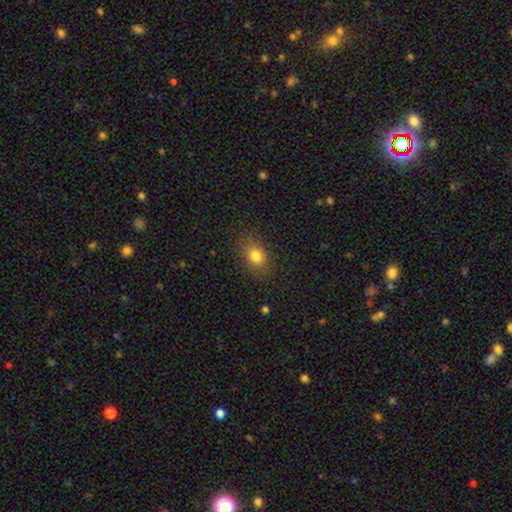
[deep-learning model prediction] Smooth or featured: smooth — 81% (star or artifact — 11%)
How rounded: in between — 63% (round — 36%)
Merging: none — 83% (minor disturbance — 12%)